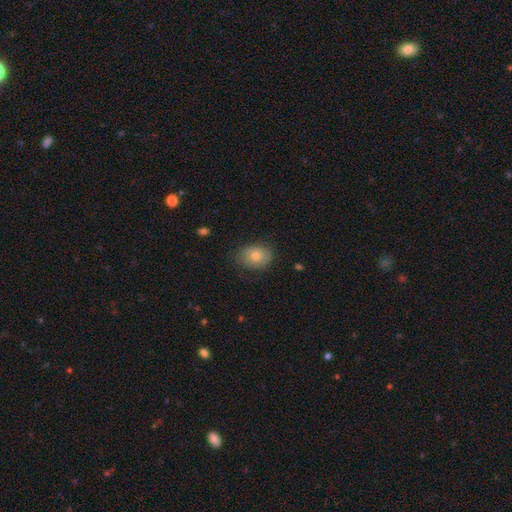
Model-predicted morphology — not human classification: Smooth or featured: smooth — 76% (featured or disk — 16%)
How rounded: in between — 67% (round — 32%)
Merging: none — 73% (minor disturbance — 21%)